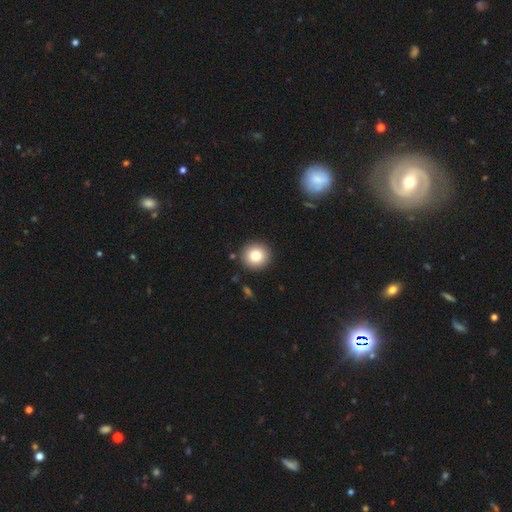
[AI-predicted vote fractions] A smooth galaxy with no disk features (81%) that is round (94%).

Vote fractions:
- Smooth or featured? smooth: 81% / star or artifact: 10% / featured or disk: 9%
- How rounded? round: 94% / in between: 5% / cigar-shaped: 1%
- Merging? none: 90% / minor disturbance: 6% / merger: 2% / major disturbance: 2%